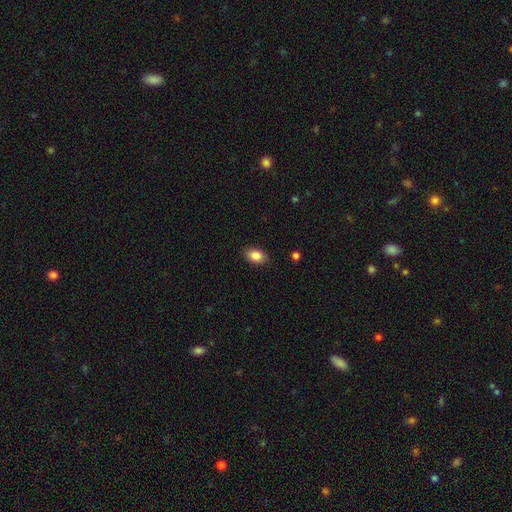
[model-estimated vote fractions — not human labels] Q: Smooth or featured?
A: smooth (86%); runner-up: star or artifact (8%)
Q: How rounded?
A: in between (86%); runner-up: round (12%)
Q: Merging?
A: none (88%); runner-up: minor disturbance (9%)